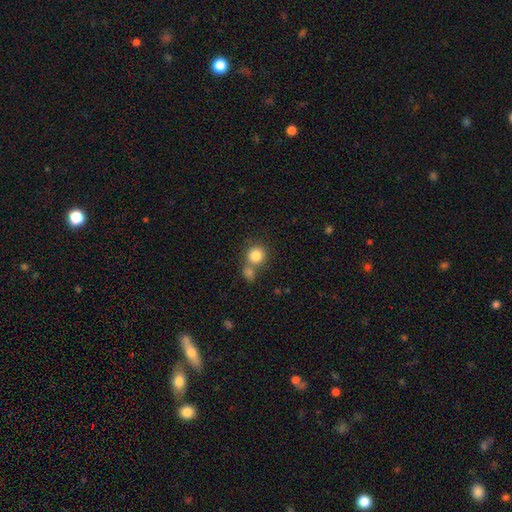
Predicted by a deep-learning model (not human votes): Morphology: type=smooth (83%); roundness=round (89%); merging=none (54%).